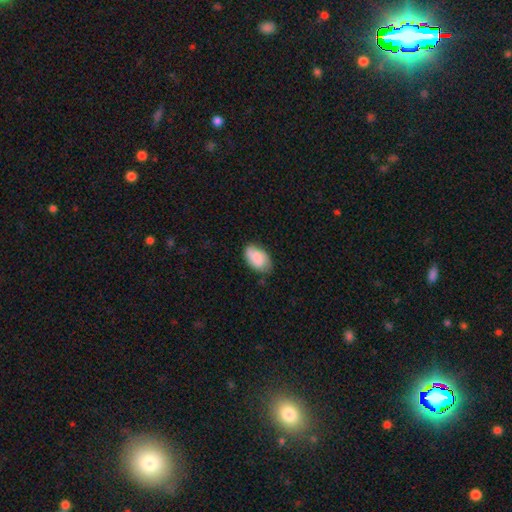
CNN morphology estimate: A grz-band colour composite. It shows a smooth galaxy with no disk features (78%) that is in between round and cigar-shaped (92%). Merging: none (66%).